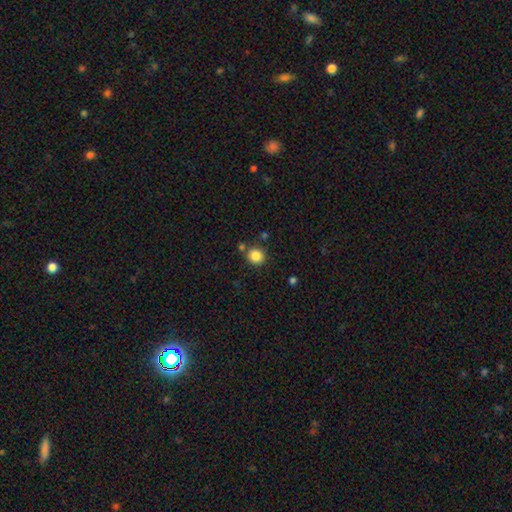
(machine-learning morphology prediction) A smooth galaxy with no disk features (85%) that is round (89%).

Vote fractions:
- Smooth or featured? smooth: 85% / star or artifact: 11% / featured or disk: 5%
- How rounded? round: 89% / in between: 10% / cigar-shaped: 1%
- Merging? none: 80% / minor disturbance: 9% / merger: 8% / major disturbance: 3%